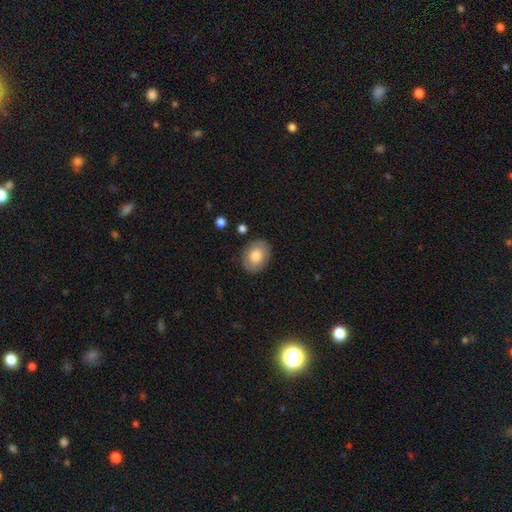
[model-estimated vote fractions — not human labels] The model was most divided on "how rounded": in between: 64%, round: 35%, cigar-shaped: 1%. More confident: merging — none (86%); smooth or featured — smooth (77%).